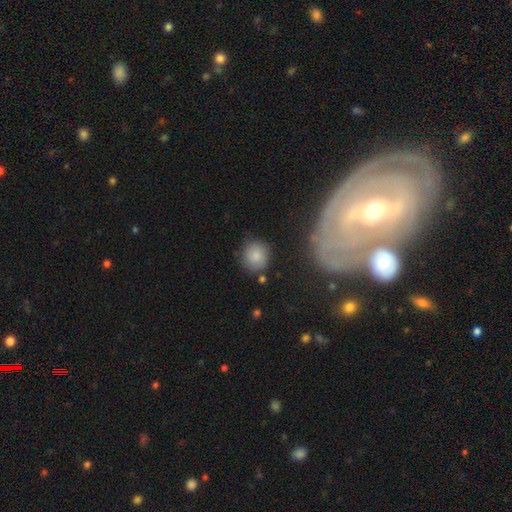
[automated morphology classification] Smooth or featured? smooth (82%)
How rounded? round (83%)
Merging? none (80%)